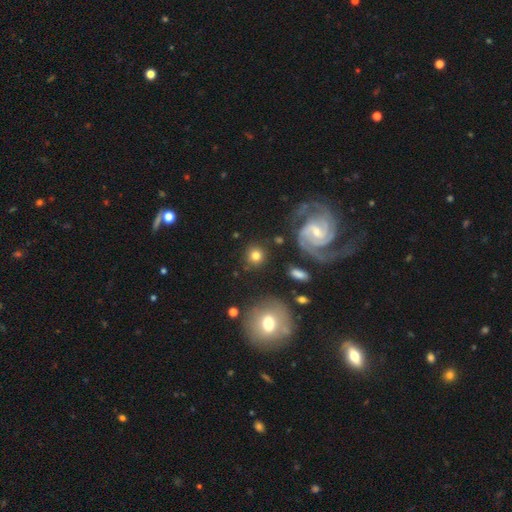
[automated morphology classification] A smooth galaxy with no disk features (68%) that is round (89%). Merging: none (82%).